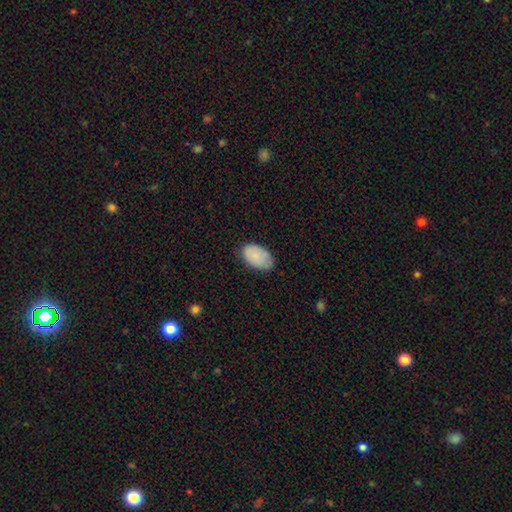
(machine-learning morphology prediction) A smooth galaxy with no disk features (84%) that is in between round and cigar-shaped (93%). Merging: none (76%).